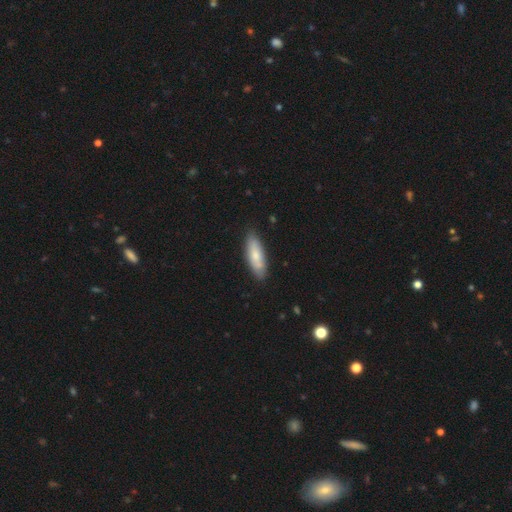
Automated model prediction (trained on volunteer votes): This is likely a smooth galaxy (74%). How rounded: possibly in between (55%). Merging: clearly none (84%).